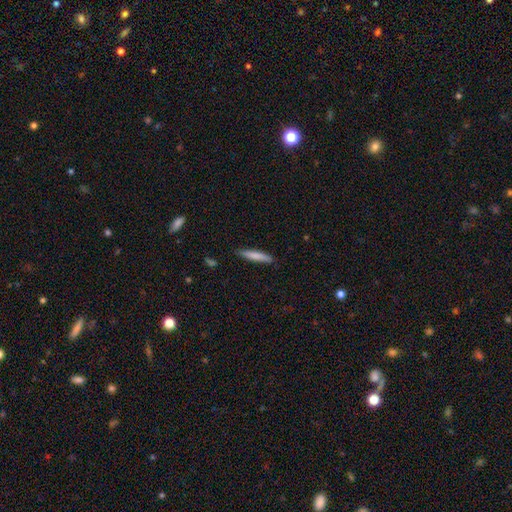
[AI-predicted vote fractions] Smooth or featured: smooth — 79% (featured or disk — 15%)
How rounded: cigar-shaped — 91% (in between — 8%)
Merging: none — 85% (minor disturbance — 11%)